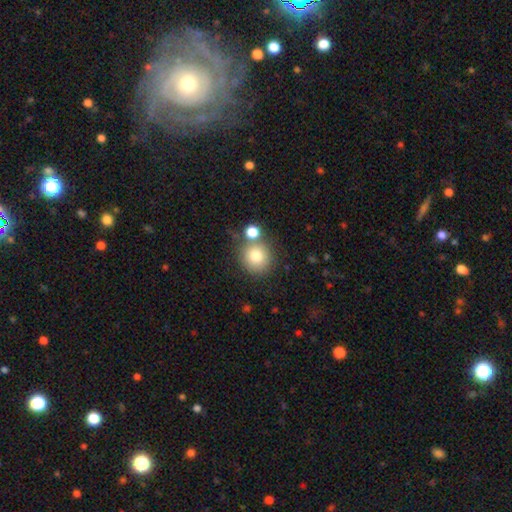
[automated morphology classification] This is likely a smooth galaxy (78%). How rounded: clearly round (91%). Merging: likely none (67%).